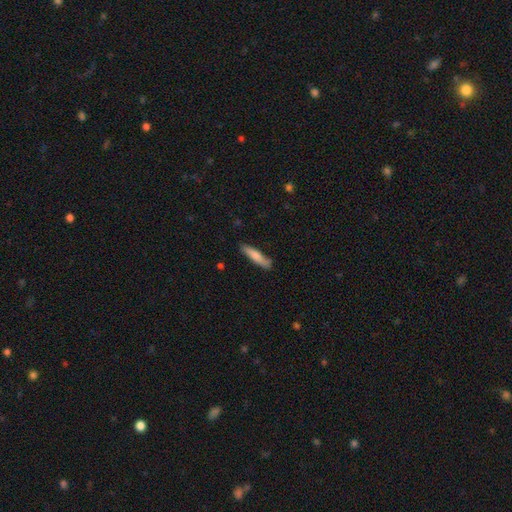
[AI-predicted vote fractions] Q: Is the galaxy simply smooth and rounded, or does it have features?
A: smooth — 77%.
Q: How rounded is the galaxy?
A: cigar-shaped — 83%.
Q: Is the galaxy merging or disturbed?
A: none — 80%.